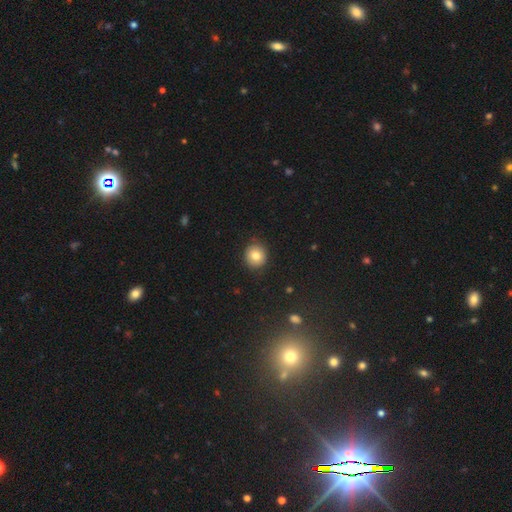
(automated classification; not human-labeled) Smooth or featured? Predicted: smooth (p=0.80). How rounded? Predicted: round (p=0.89). Merging? Predicted: none (p=0.89).